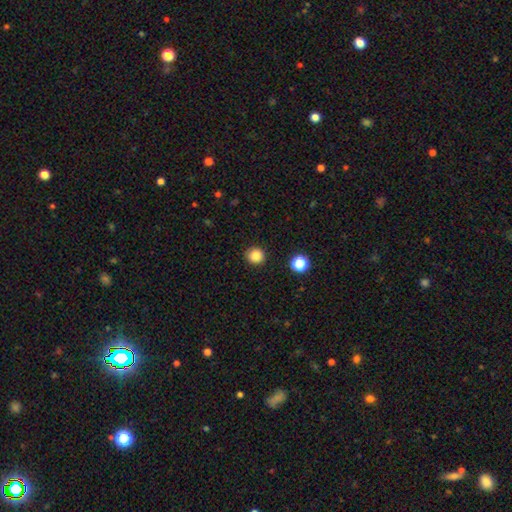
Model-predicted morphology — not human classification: Q: Smooth or featured?
A: smooth (85%); runner-up: star or artifact (11%)
Q: How rounded?
A: round (92%); runner-up: in between (7%)
Q: Merging?
A: none (91%); runner-up: minor disturbance (6%)